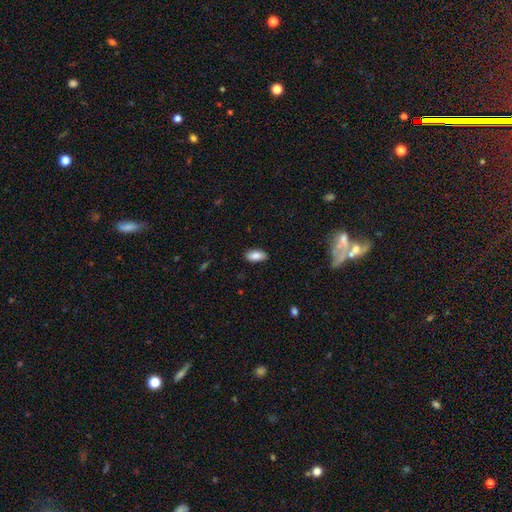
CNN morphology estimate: The model was most divided on "merging": none: 87%, minor disturbance: 10%, major disturbance: 2%, merger: 1%. More confident: how rounded — in between (90%); smooth or featured — smooth (86%).